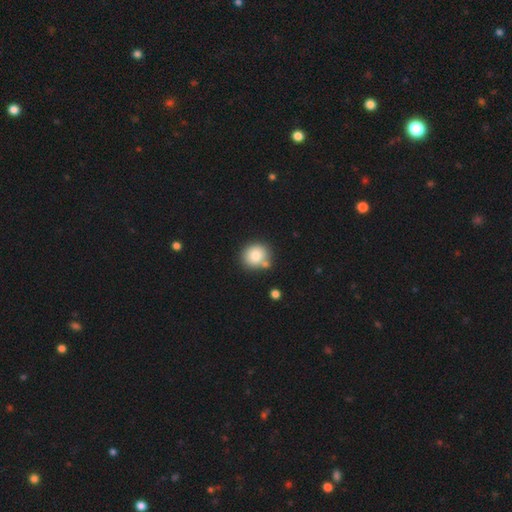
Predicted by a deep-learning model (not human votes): Q: Smooth or featured?
A: smooth (81%); runner-up: star or artifact (10%)
Q: How rounded?
A: round (85%); runner-up: in between (14%)
Q: Merging?
A: none (71%); runner-up: merger (15%)